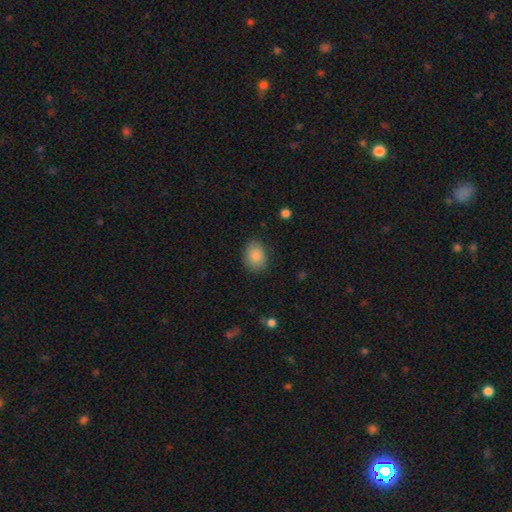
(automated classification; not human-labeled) This appears to be a smooth galaxy with no disk features (86%) that is in between round and cigar-shaped (67%). Merging: none (82%).